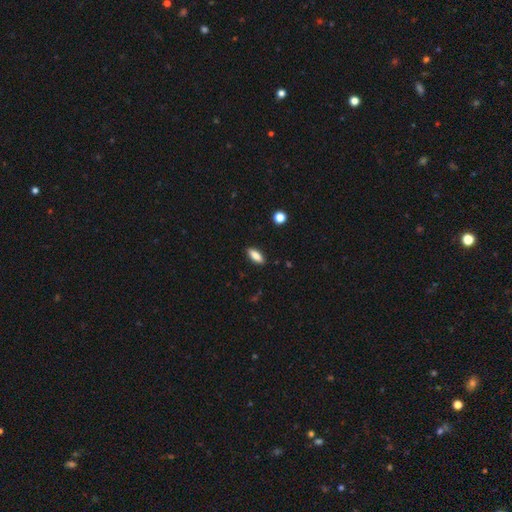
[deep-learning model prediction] Q: Smooth or featured?
A: smooth (83%); runner-up: featured or disk (10%)
Q: How rounded?
A: in between (74%); runner-up: cigar-shaped (23%)
Q: Merging?
A: none (89%); runner-up: minor disturbance (8%)